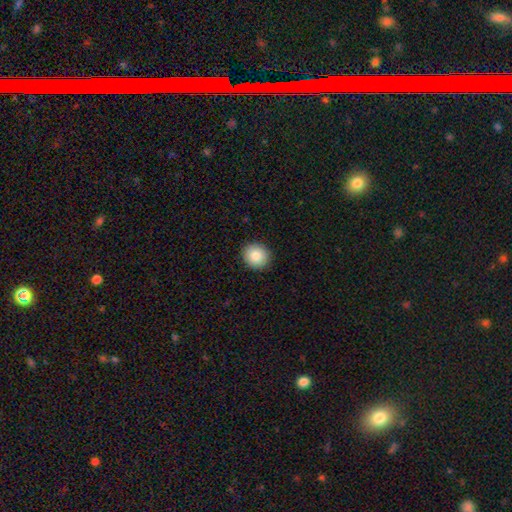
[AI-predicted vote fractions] smooth 86%, star or artifact 8%, featured or disk 5%. Down the decision tree: how rounded — round (87%); merging — none (92%).